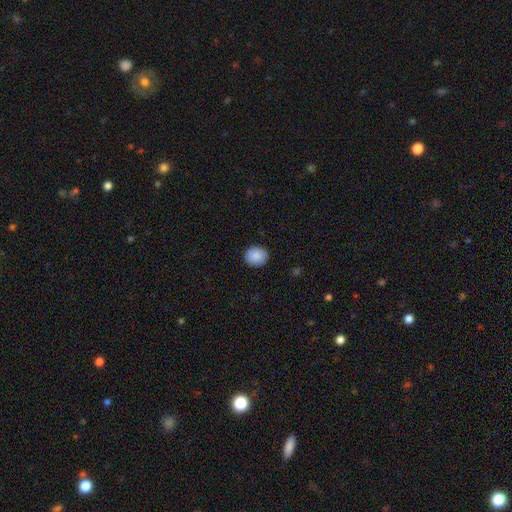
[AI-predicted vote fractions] Smooth or featured?
  - smooth: 90% *
  - star or artifact: 7%
  - featured or disk: 3%
How rounded?
  - round: 75% *
  - in between: 24%
  - cigar-shaped: 1%
Merging?
  - none: 89% *
  - minor disturbance: 8%
  - major disturbance: 2%
  - merger: 1%